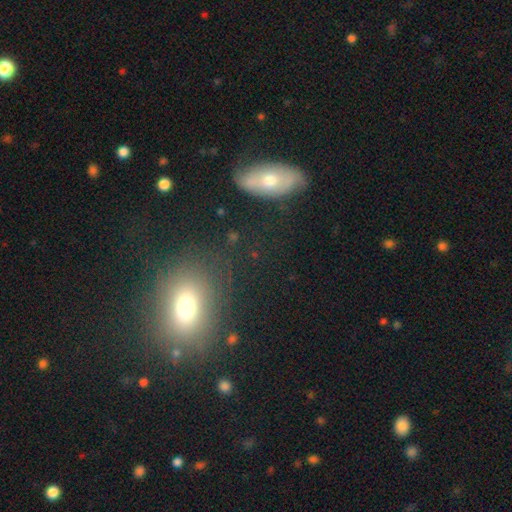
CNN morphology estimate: This is possibly a smooth galaxy (50%). Merging: likely none (76%).